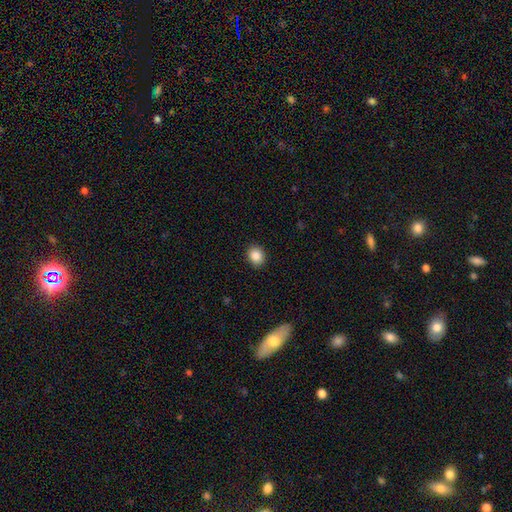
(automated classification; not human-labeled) Smooth or featured? Predicted: smooth (p=0.86). How rounded? Predicted: round (p=0.67). Merging? Predicted: none (p=0.91).